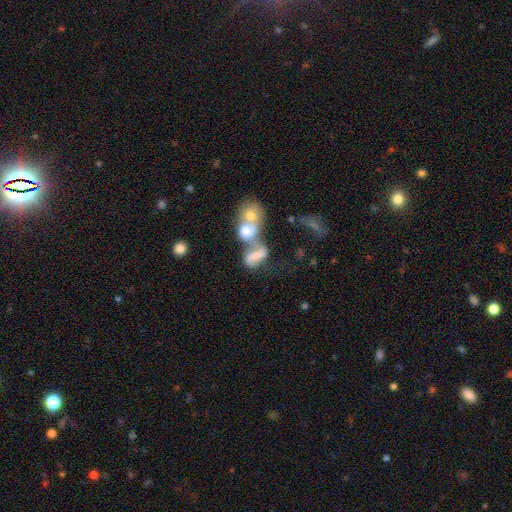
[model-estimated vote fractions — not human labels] Smooth or featured? Predicted: smooth (p=0.47). Merging? Predicted: merger (p=0.66).